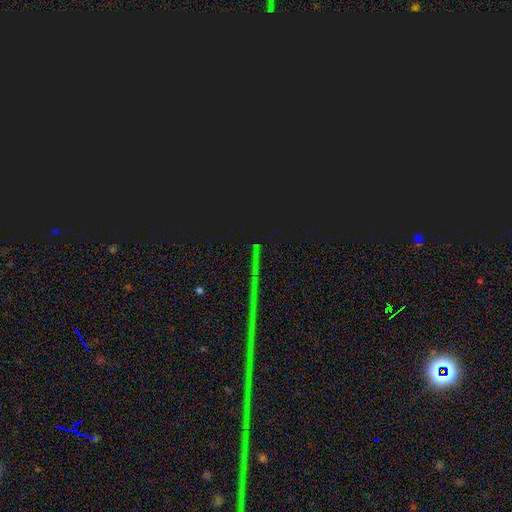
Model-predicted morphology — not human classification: A star or artifact, not a galaxy (89%).